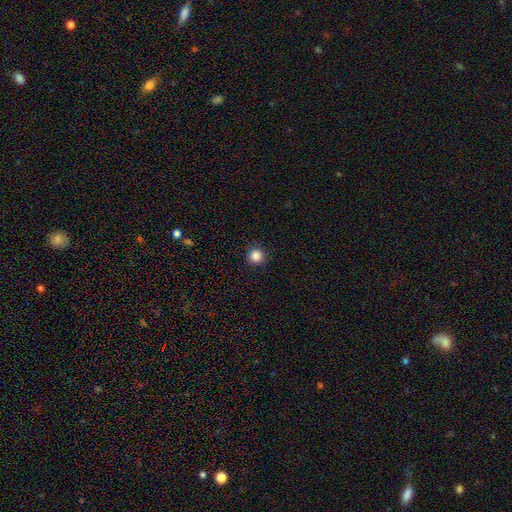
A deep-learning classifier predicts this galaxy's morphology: Q: Smooth or featured?
A: smooth (87%); runner-up: star or artifact (11%)
Q: How rounded?
A: round (94%); runner-up: in between (5%)
Q: Merging?
A: none (91%); runner-up: minor disturbance (6%)